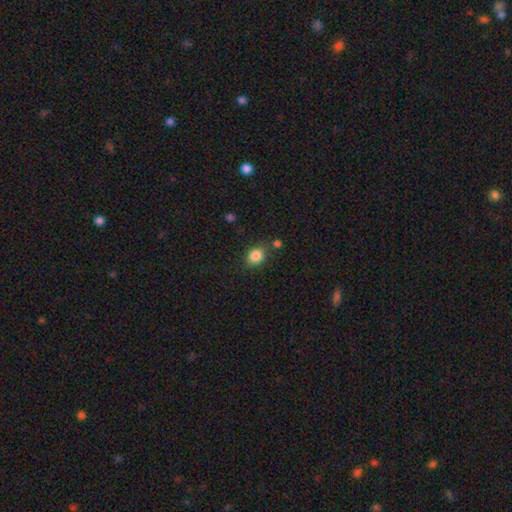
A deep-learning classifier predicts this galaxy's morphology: smooth 85%, star or artifact 10%, featured or disk 5%. Down the decision tree: how rounded — round (56%); merging — none (75%).